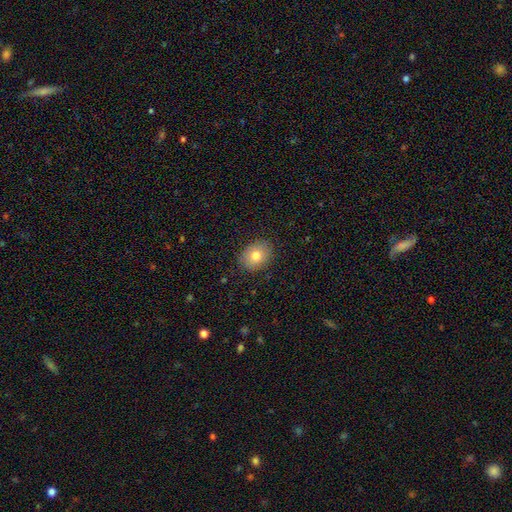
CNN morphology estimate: This appears to be a smooth galaxy with no disk features (77%) that is in between round and cigar-shaped (61%). Merging: none (86%).